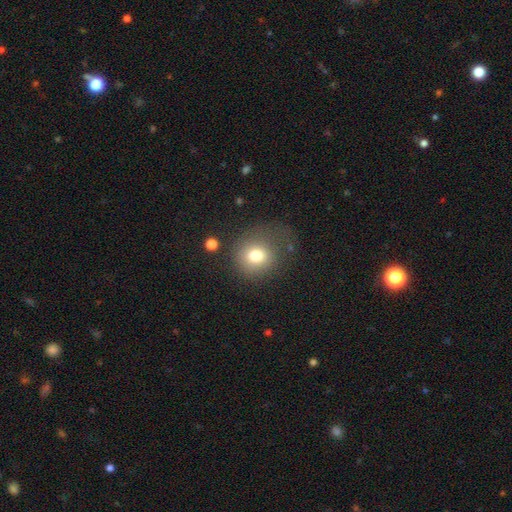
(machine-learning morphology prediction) type=smooth (76%); roundness=round (82%); merging=none (58%).